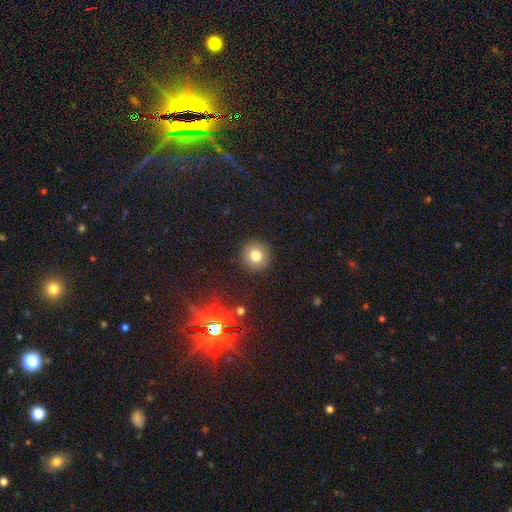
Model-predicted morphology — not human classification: This appears to be a smooth galaxy with no disk features (78%) that is round (94%). Merging: none (91%).